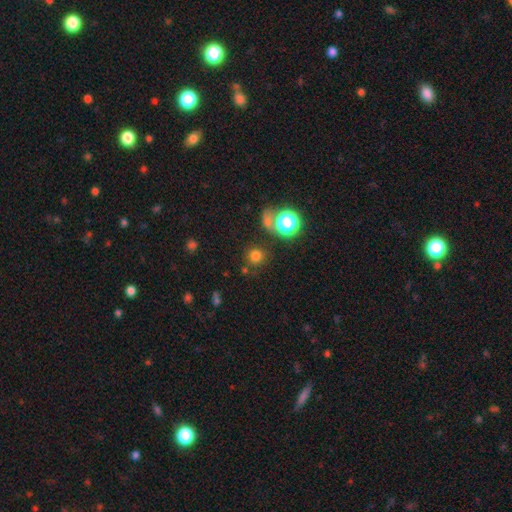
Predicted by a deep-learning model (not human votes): The model was most divided on "smooth or featured": smooth: 73%, star or artifact: 21%, featured or disk: 7%. More confident: how rounded — round (91%); merging — none (79%).